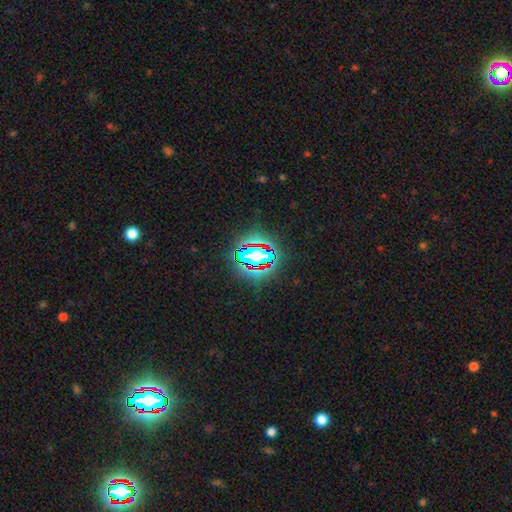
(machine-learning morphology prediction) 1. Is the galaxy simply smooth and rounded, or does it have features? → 66% star or artifact, 21% smooth, 13% featured or disk.